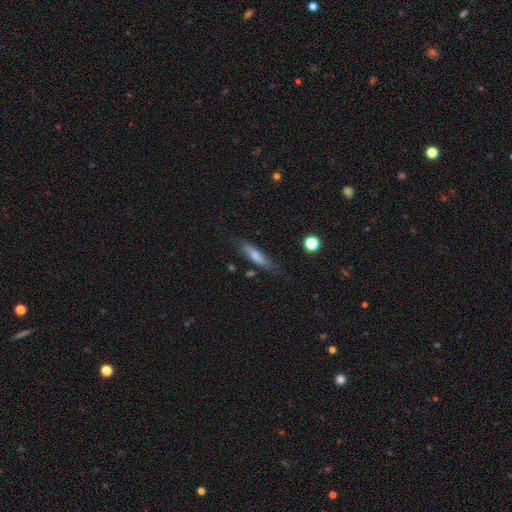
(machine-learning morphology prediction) smooth-or-featured: smooth: 70% | featured or disk: 23% | star or artifact: 7%
  how-rounded: cigar-shaped: 79% | in between: 19% | round: 2%
  merging: none: 71% | minor disturbance: 20% | major disturbance: 6% | merger: 3%